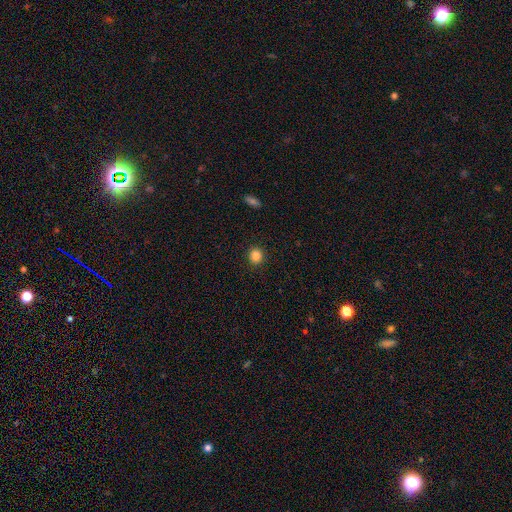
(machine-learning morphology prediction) Smooth or featured?
  - smooth: 85% *
  - star or artifact: 11%
  - featured or disk: 4%
How rounded?
  - round: 85% *
  - in between: 14%
  - cigar-shaped: 1%
Merging?
  - none: 91% *
  - minor disturbance: 6%
  - major disturbance: 2%
  - merger: 1%